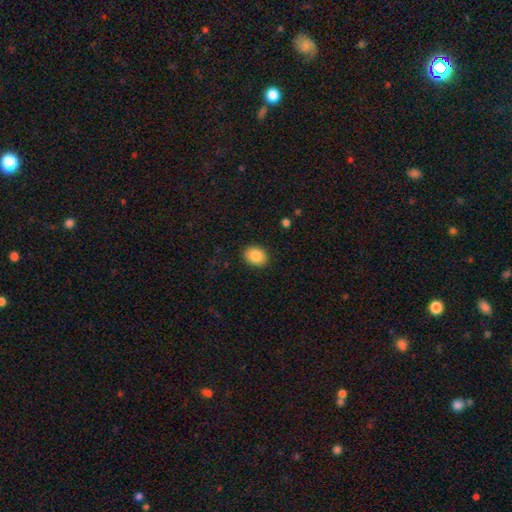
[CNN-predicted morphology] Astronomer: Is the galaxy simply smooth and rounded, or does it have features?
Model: smooth — 87%.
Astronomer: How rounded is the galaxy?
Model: in between — 59% (runner-up: round, 40%).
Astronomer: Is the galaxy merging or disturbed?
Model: none — 89%.